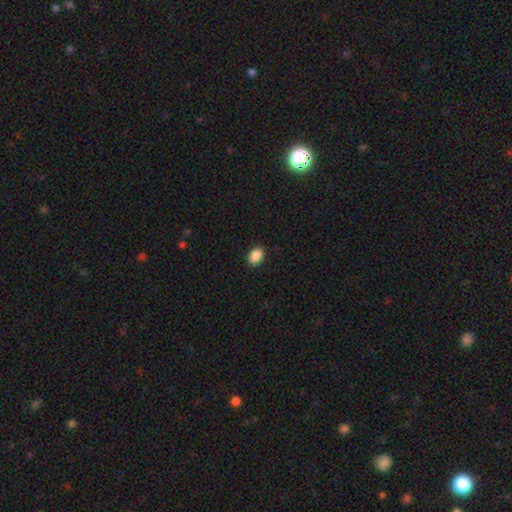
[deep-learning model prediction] Smooth or featured? smooth (89%)
How rounded? in between (81%)
Merging? none (89%)